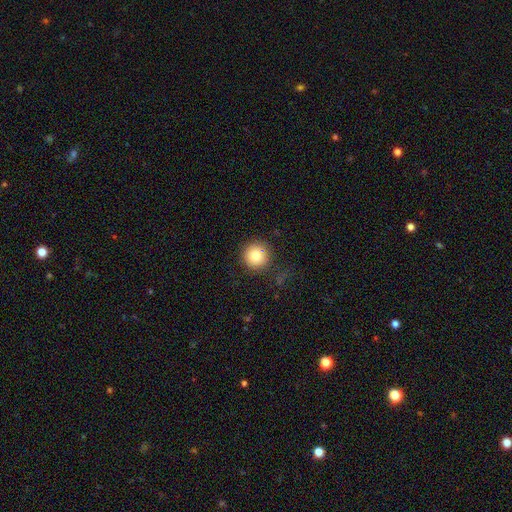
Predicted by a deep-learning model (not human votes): Smooth or featured: smooth — 81% (star or artifact — 10%)
How rounded: round — 95% (in between — 4%)
Merging: none — 82% (minor disturbance — 11%)